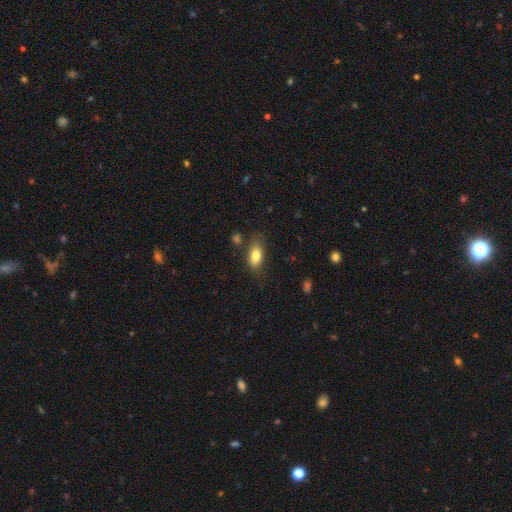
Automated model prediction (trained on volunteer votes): This is clearly a smooth galaxy (80%). How rounded: clearly in between (88%). Merging: likely none (70%).